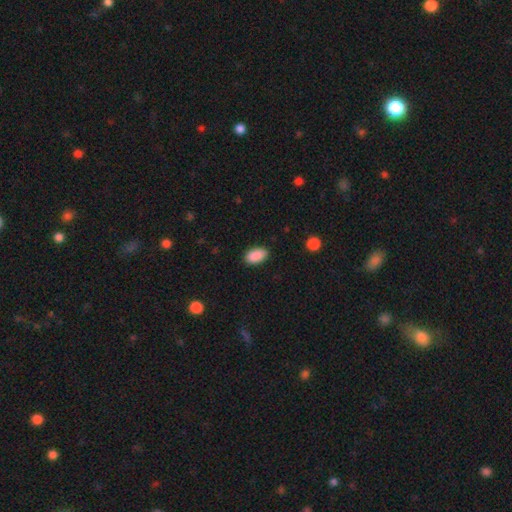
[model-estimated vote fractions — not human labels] A smooth galaxy with no disk features (90%) that is in between round and cigar-shaped (93%). Merging: none (86%).